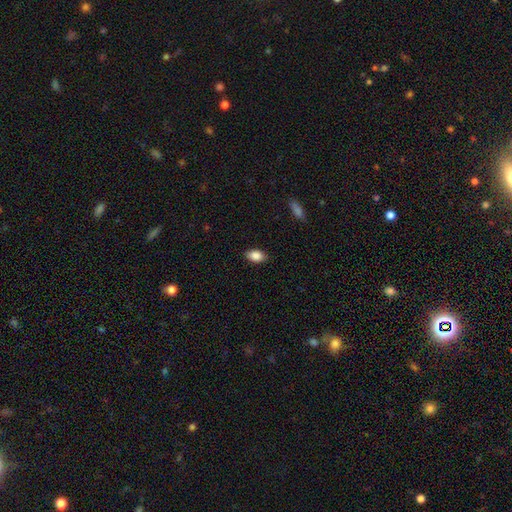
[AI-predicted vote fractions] The model was most divided on "merging": none: 86%, minor disturbance: 11%, major disturbance: 2%, merger: 1%. More confident: how rounded — in between (90%); smooth or featured — smooth (88%).